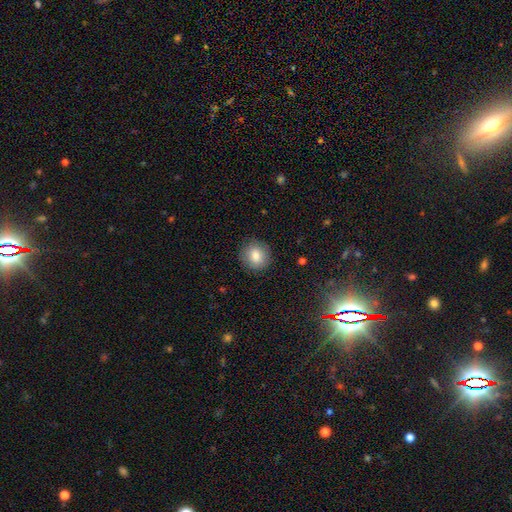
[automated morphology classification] Q: Smooth or featured?
A: smooth (83%); runner-up: star or artifact (9%)
Q: How rounded?
A: round (86%); runner-up: in between (13%)
Q: Merging?
A: none (89%); runner-up: minor disturbance (8%)